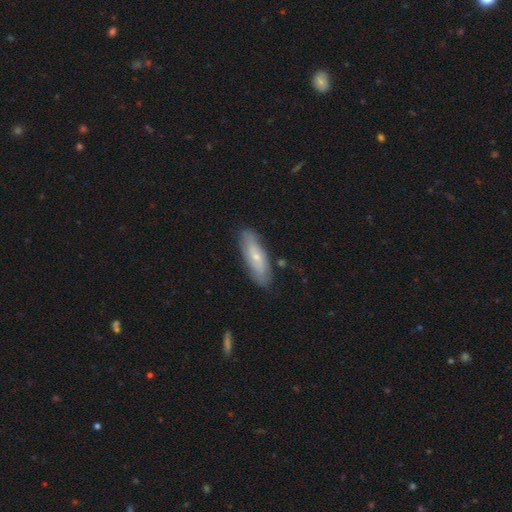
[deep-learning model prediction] This appears to be a smooth galaxy with no disk features (50%). Merging: none (82%).